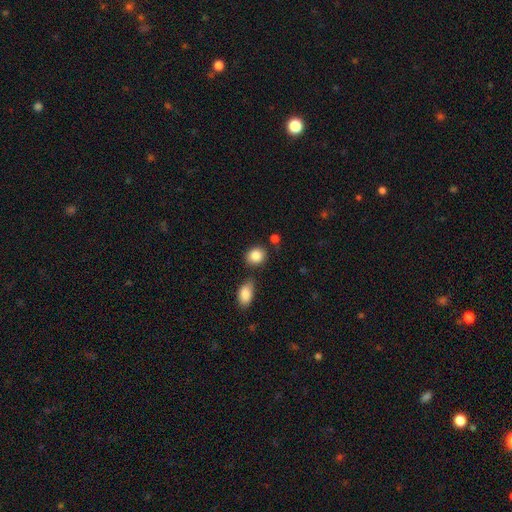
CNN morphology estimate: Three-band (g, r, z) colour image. It shows a smooth galaxy with no disk features (87%) that is round (62%). Merging: none (75%).